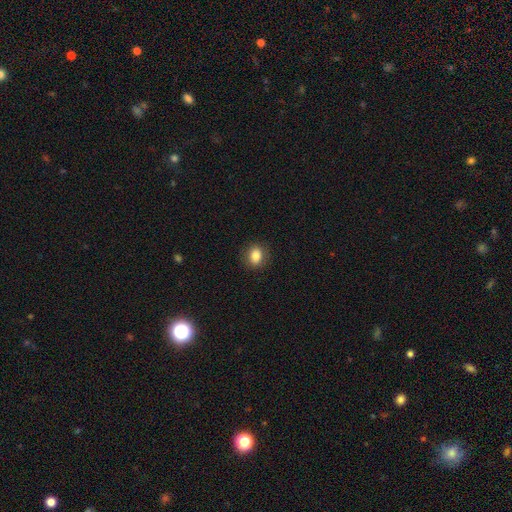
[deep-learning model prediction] Smooth or featured?
  - smooth: 85% *
  - star or artifact: 9%
  - featured or disk: 6%
How rounded?
  - in between: 52% *
  - round: 47%
  - cigar-shaped: 1%
Merging?
  - none: 87% *
  - minor disturbance: 9%
  - major disturbance: 3%
  - merger: 1%